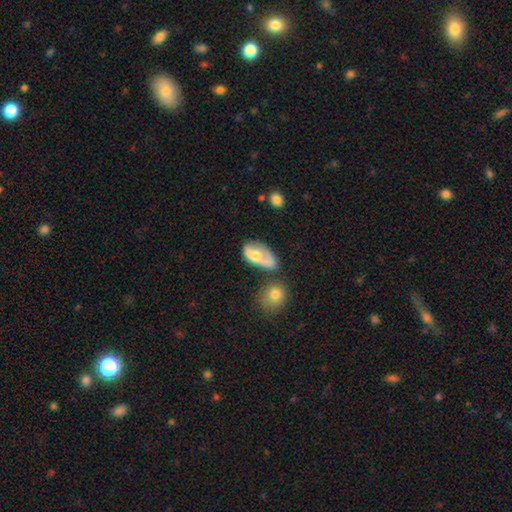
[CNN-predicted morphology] Smooth or featured? Predicted: smooth (p=0.52). How rounded? Predicted: in between (p=0.89). Merging? Predicted: none (p=0.32).